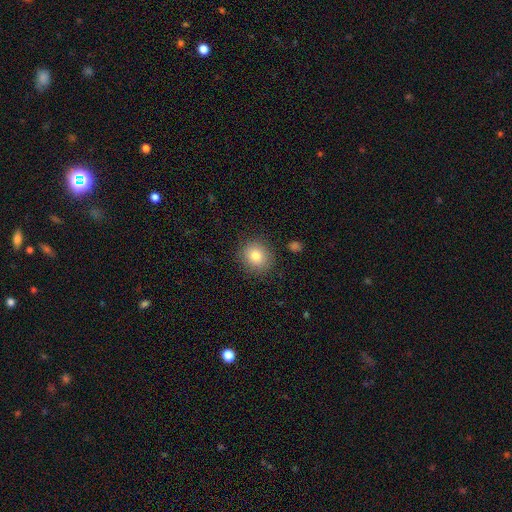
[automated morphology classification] smooth_or_featured: smooth (p=0.81) [alt: star or artifact p=0.10]
how_rounded: round (p=0.82) [alt: in between p=0.17]
merging: none (p=0.87) [alt: minor disturbance p=0.09]